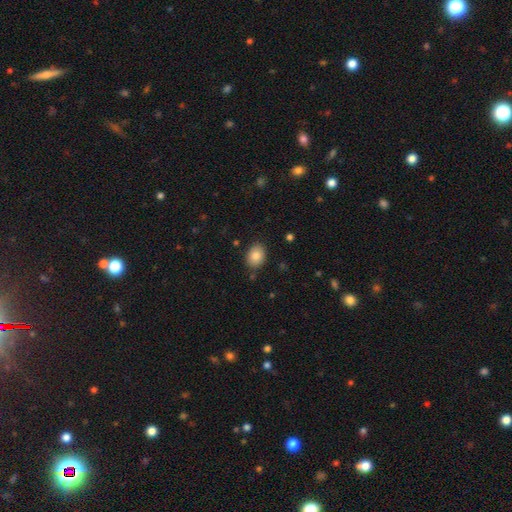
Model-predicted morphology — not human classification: Smooth or featured? Predicted: smooth (p=0.84). How rounded? Predicted: in between (p=0.67). Merging? Predicted: none (p=0.85).